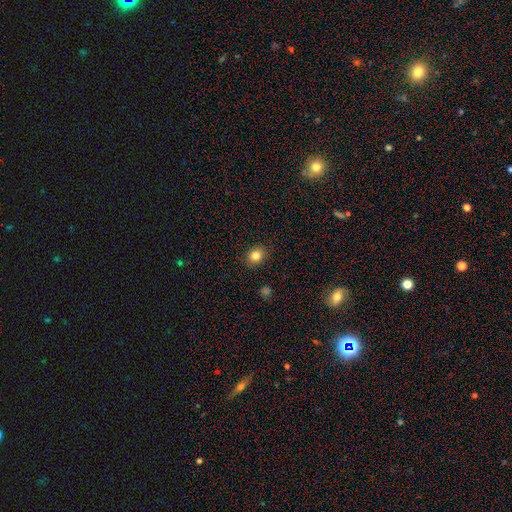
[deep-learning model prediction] Smooth or featured?
  - smooth: 82% *
  - star or artifact: 11%
  - featured or disk: 7%
How rounded?
  - round: 59% *
  - in between: 40%
  - cigar-shaped: 1%
Merging?
  - none: 88% *
  - minor disturbance: 8%
  - major disturbance: 2%
  - merger: 1%